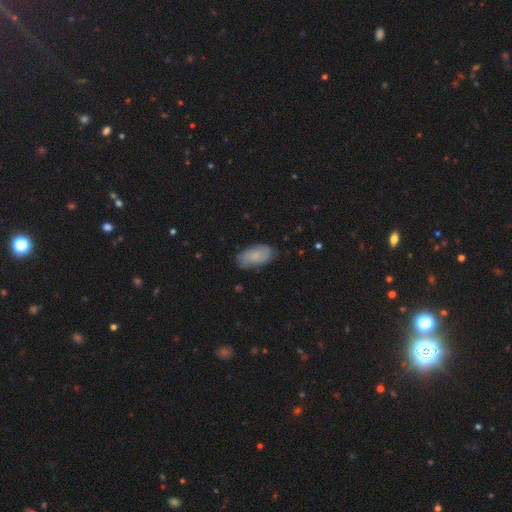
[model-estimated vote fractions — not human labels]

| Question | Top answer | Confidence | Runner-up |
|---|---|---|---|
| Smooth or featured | smooth | 64% | featured or disk (28%) |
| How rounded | in between | 93% | cigar-shaped (4%) |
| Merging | none | 71% | minor disturbance (23%) |